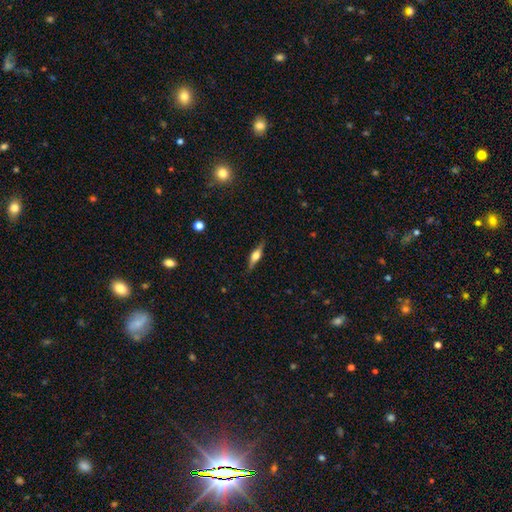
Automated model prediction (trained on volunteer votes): Overall: featured or disk (62%; smooth 31%). Edge-on disk: yes (96%). Edge-on bulge: rounded (89%). Merging: none (85%).